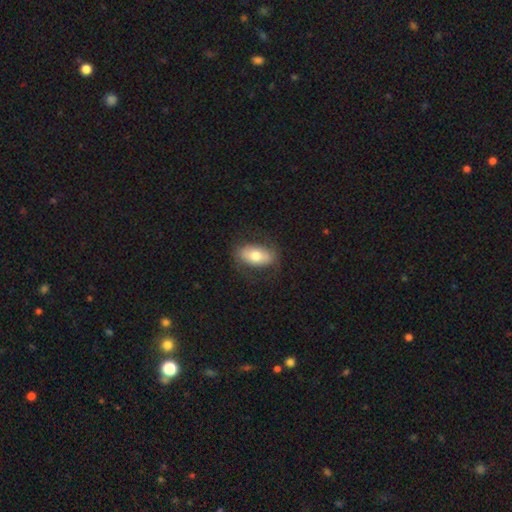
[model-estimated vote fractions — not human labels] This appears to be a smooth galaxy with no disk features (67%) that is in between round and cigar-shaped (90%). Merging: none (77%).